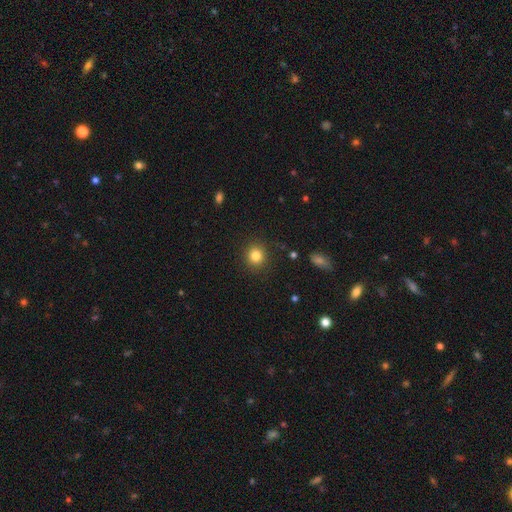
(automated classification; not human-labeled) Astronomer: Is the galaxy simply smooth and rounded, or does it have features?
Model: smooth — 83%.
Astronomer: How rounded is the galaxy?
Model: round — 90%.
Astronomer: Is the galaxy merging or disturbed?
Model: none — 89%.